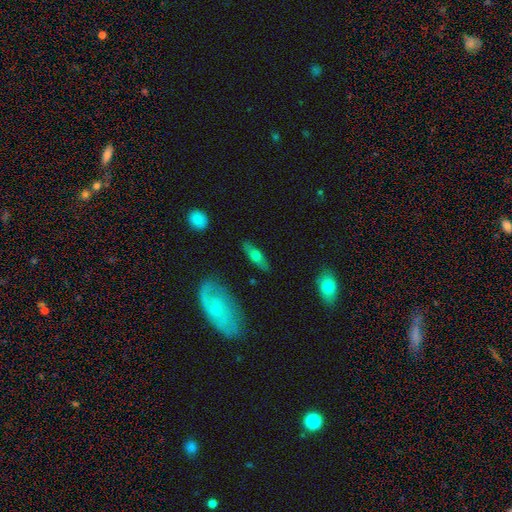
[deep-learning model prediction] smooth-or-featured: featured or disk: 47% (tied) | smooth: 47% (tied) | star or artifact: 6%
  merging: none: 85% | minor disturbance: 10% | major disturbance: 3% | merger: 2%